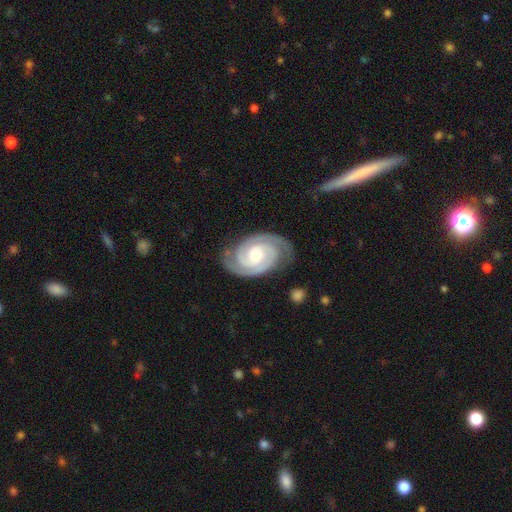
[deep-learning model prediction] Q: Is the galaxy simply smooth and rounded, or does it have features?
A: featured or disk — 91%.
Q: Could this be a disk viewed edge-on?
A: no — 98%.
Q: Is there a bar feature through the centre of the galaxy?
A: no — 61%.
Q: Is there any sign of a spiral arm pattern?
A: yes — 99%.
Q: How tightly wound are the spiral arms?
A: tight — 72%.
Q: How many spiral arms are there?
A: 2 — 88%.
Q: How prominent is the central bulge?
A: moderate — 33%.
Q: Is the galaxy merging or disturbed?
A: none — 80%.